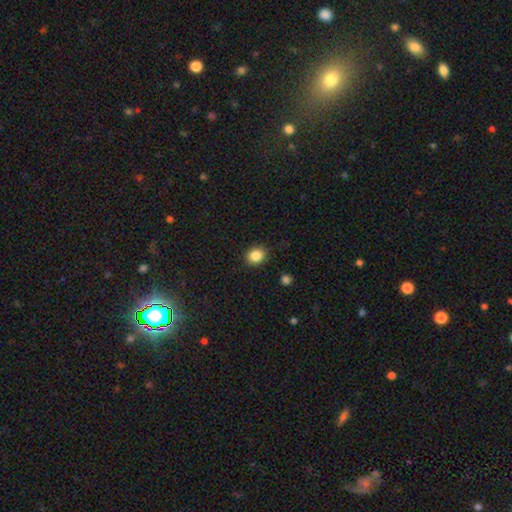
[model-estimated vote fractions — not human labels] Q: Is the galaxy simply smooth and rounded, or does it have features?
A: smooth — 85%.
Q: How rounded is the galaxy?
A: round — 63%.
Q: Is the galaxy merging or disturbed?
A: none — 88%.